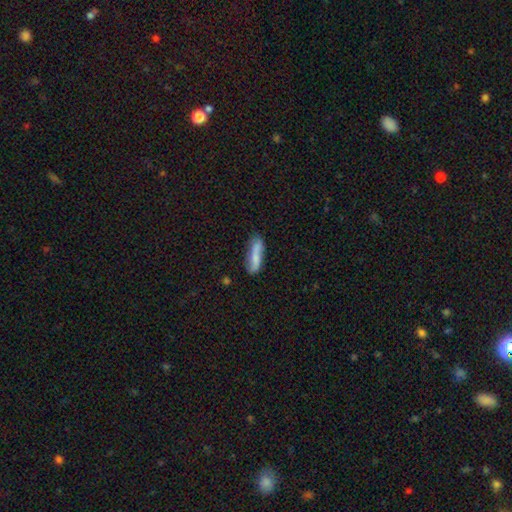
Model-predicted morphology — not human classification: type=smooth (65%); roundness=cigar-shaped (58%); merging=none (67%).